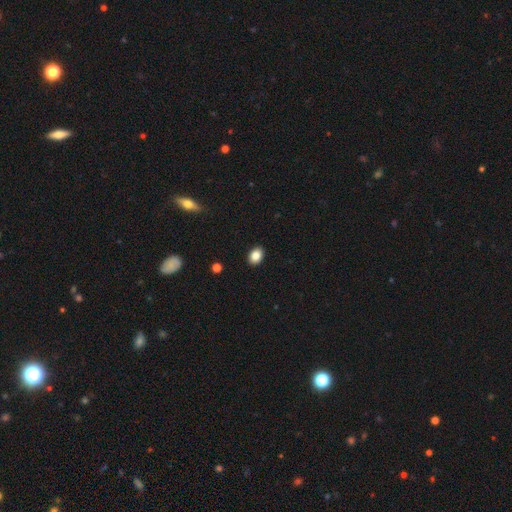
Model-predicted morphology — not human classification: smooth 85%, star or artifact 9%, featured or disk 6%. Down the decision tree: how rounded — in between (74%); merging — none (90%).